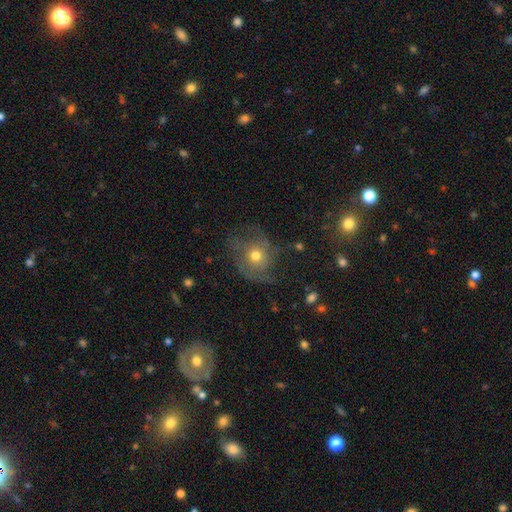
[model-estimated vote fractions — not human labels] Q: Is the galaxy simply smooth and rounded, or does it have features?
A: featured or disk — 46%.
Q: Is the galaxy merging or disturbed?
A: none — 50%.